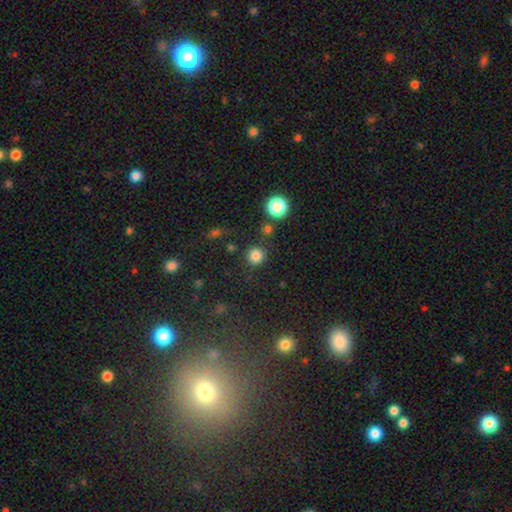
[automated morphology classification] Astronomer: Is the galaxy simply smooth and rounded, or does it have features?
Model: smooth — 82%.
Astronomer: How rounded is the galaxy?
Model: round — 94%.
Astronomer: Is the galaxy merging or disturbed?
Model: none — 84%.